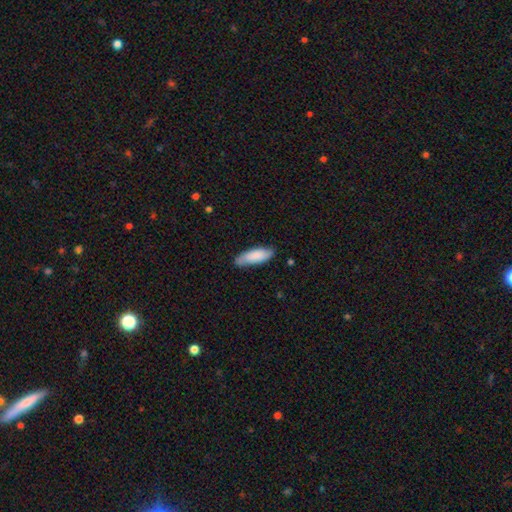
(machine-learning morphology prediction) smooth-or-featured: smooth: 80% | featured or disk: 14% | star or artifact: 6%
  how-rounded: in between: 62% | cigar-shaped: 37% | round: 2%
  merging: none: 71% | minor disturbance: 23% | major disturbance: 4% | merger: 2%